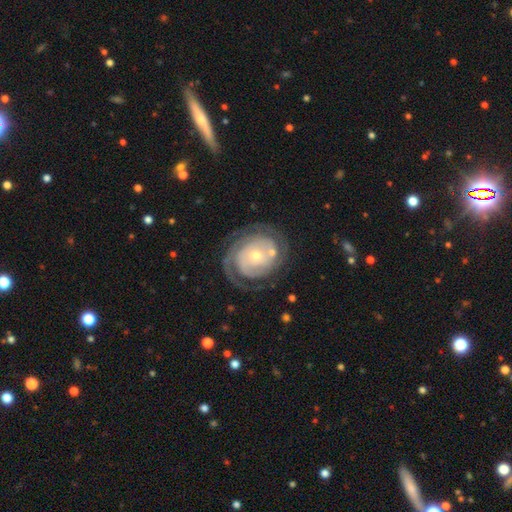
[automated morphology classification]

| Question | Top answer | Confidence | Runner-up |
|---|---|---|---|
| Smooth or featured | featured or disk | 86% | smooth (9%) |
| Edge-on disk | no | 97% | yes (3%) |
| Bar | no | 74% | weak (20%) |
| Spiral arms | yes | 95% | no (5%) |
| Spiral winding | tight | 73% | medium (21%) |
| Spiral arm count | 2 | 42% | can't tell (22%) |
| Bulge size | small | 62% | moderate (33%) |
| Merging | none | 69% | minor disturbance (15%) |